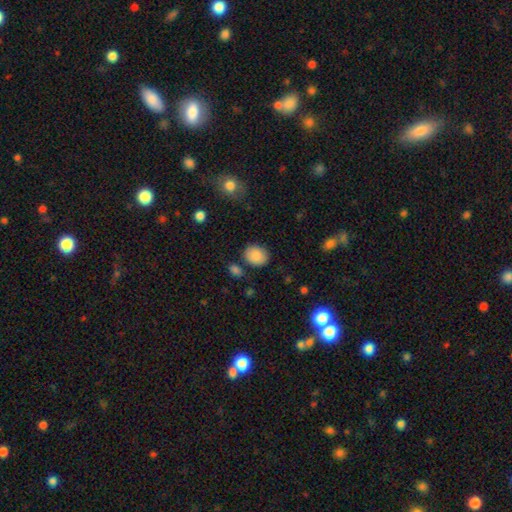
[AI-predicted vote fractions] Q: Smooth or featured?
A: smooth (88%); runner-up: star or artifact (8%)
Q: How rounded?
A: in between (50%); runner-up: round (49%)
Q: Merging?
A: none (79%); runner-up: minor disturbance (13%)